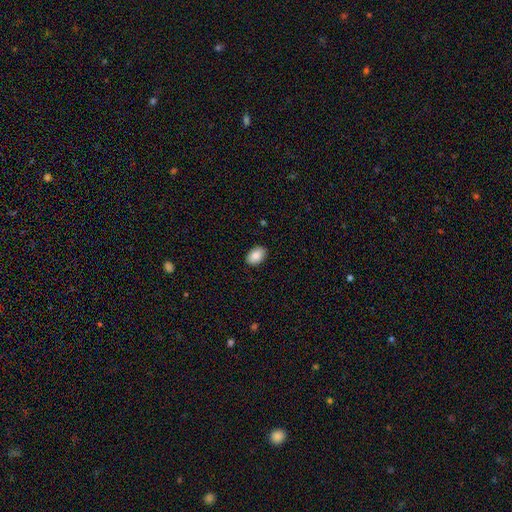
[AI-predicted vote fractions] Q: Smooth or featured?
A: smooth (88%); runner-up: star or artifact (7%)
Q: How rounded?
A: in between (89%); runner-up: round (10%)
Q: Merging?
A: none (89%); runner-up: minor disturbance (8%)